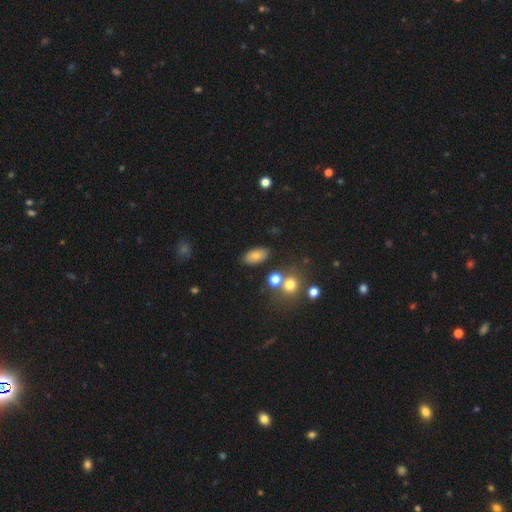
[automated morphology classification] Q: Smooth or featured?
A: smooth (77%); runner-up: featured or disk (11%)
Q: How rounded?
A: in between (91%); runner-up: round (6%)
Q: Merging?
A: none (82%); runner-up: minor disturbance (10%)